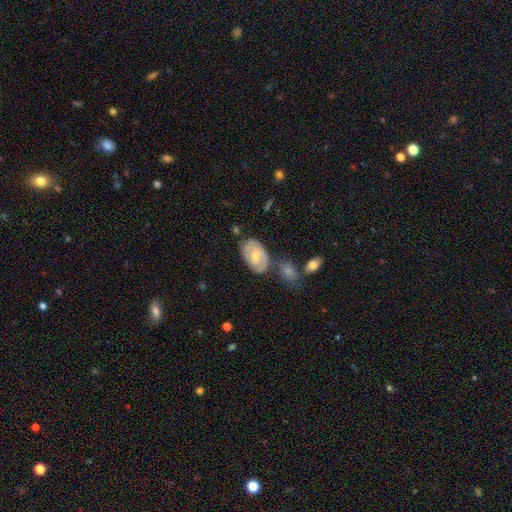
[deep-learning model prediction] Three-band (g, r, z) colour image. It shows a featured or disk galaxy (56%) with no bar (52%), spiral arms (74%) and a moderate central bulge (59%). Merging: none (63%).